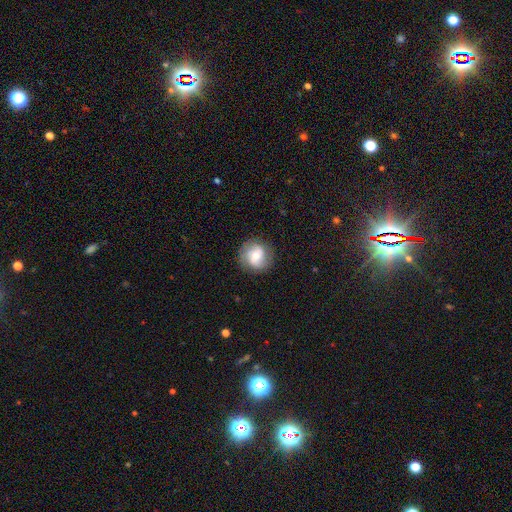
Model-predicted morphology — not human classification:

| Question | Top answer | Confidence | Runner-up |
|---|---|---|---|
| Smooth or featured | smooth | 48% | featured or disk (43%) |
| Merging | none | 83% | minor disturbance (12%) |